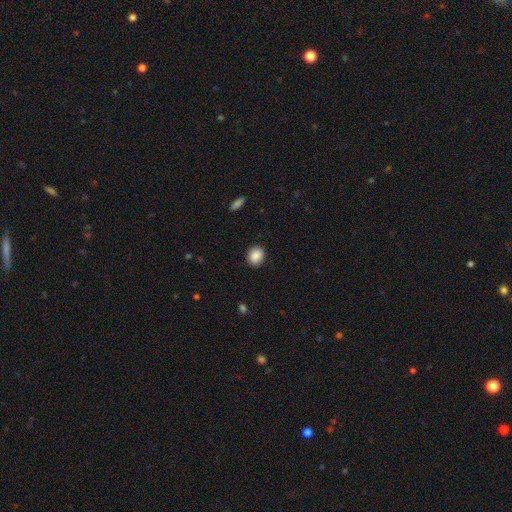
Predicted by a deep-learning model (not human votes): This appears to be a smooth galaxy with no disk features (88%) that is round (59%). Merging: none (89%).